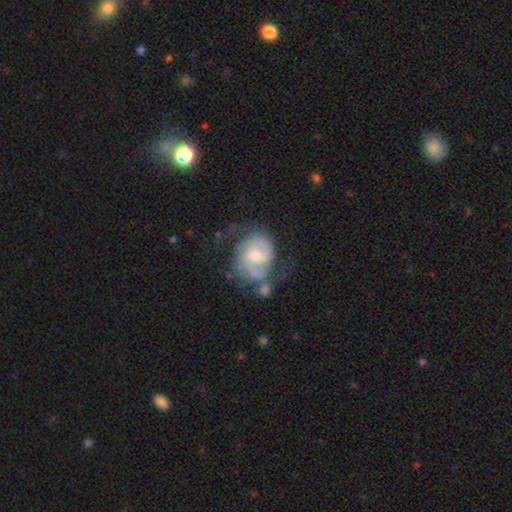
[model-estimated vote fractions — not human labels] A featured or disk galaxy (83%) with a weak bar (54%), 2 (75%) medium (45%) spiral arms (95%) and a moderate central bulge (51%). Merging: none (52%).